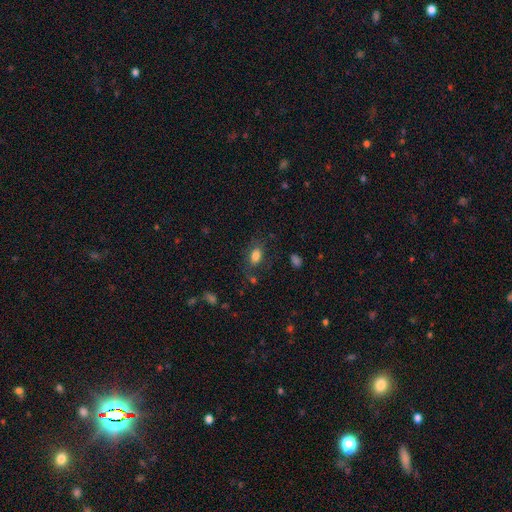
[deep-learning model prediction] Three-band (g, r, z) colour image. It shows a smooth galaxy with no disk features (81%) that is in between round and cigar-shaped (86%). Merging: none (73%).